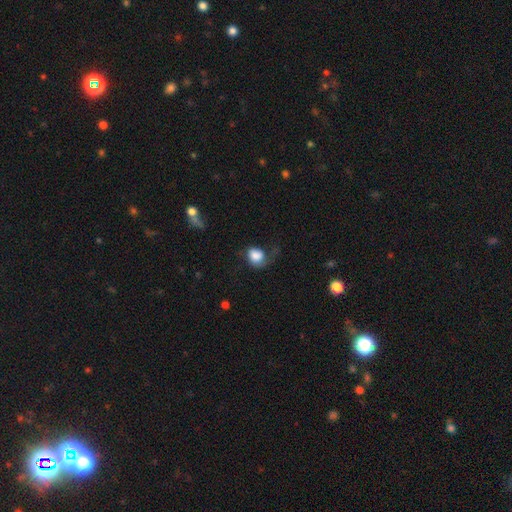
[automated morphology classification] Smooth or featured? smooth (75%)
How rounded? round (56%)
Merging? major disturbance (37%)